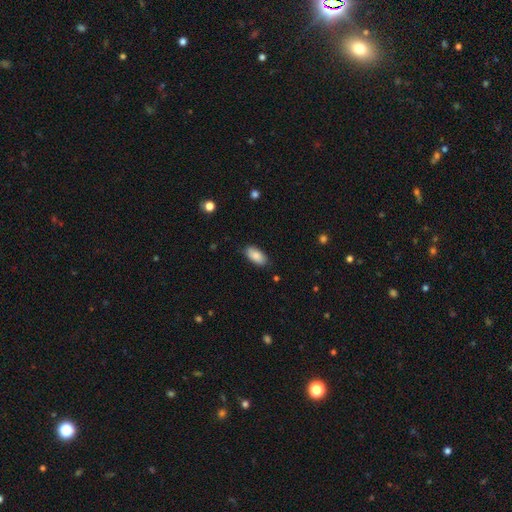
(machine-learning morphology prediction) Overall: smooth (88%). How rounded: in between (93%). Merging: none (85%).